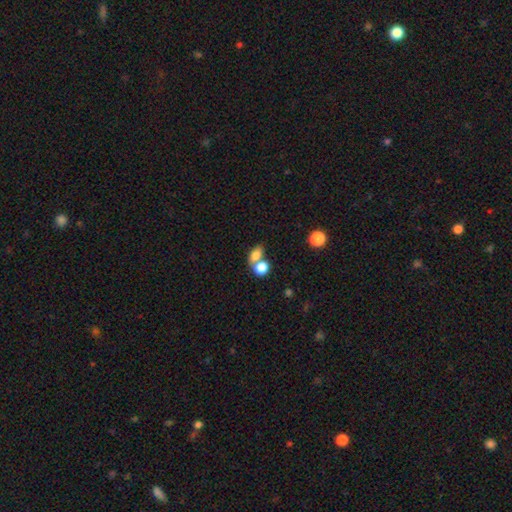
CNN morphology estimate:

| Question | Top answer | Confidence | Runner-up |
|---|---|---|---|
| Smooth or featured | smooth | 79% | featured or disk (11%) |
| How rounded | in between | 69% | round (29%) |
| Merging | merger | 53% | none (35%) |